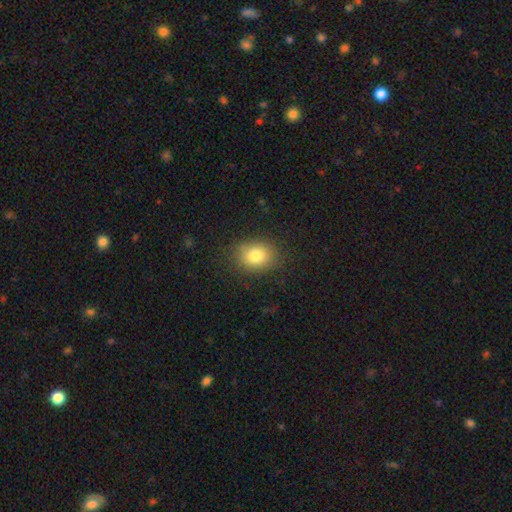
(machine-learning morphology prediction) smooth 81%, star or artifact 10%, featured or disk 9%. Down the decision tree: how rounded — in between (53%); merging — none (83%).